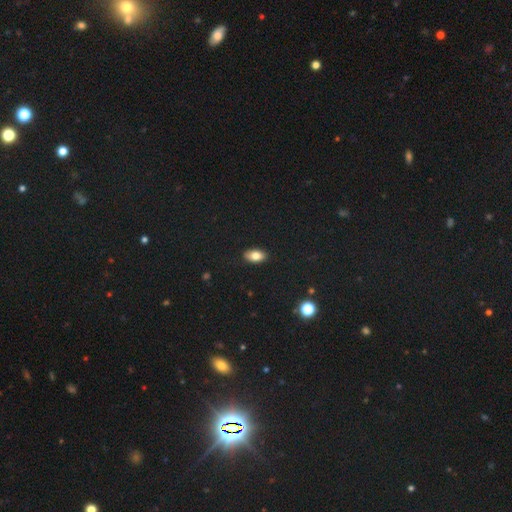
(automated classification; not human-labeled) Morphology: type=smooth (80%); roundness=in between (91%); merging=none (88%).